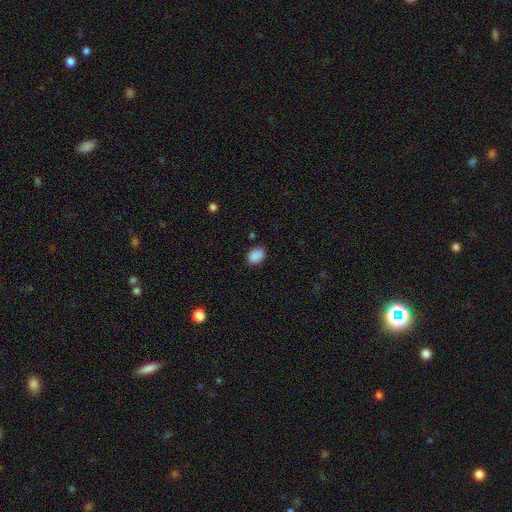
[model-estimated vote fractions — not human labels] smooth_or_featured: smooth (p=0.89) [alt: star or artifact p=0.08]
how_rounded: in between (p=0.64) [alt: round p=0.35]
merging: none (p=0.84) [alt: minor disturbance p=0.12]